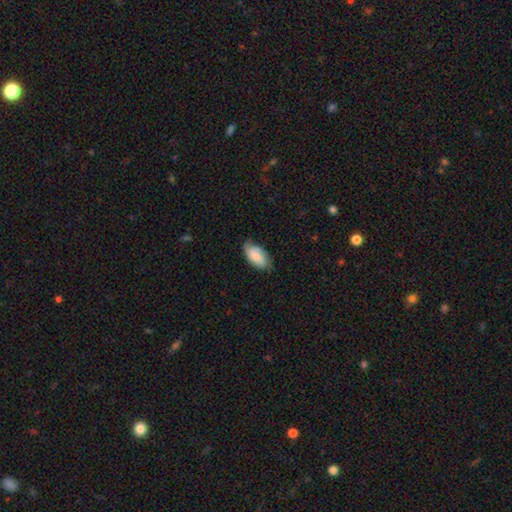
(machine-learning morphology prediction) smooth 61%, featured or disk 32%, star or artifact 7%. Down the decision tree: how rounded — in between (93%); merging — none (66%).